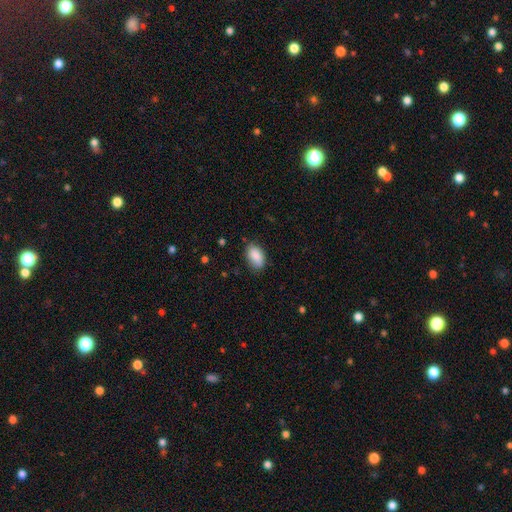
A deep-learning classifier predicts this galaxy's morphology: Smooth or featured?
  - smooth: 87% *
  - star or artifact: 7%
  - featured or disk: 7%
How rounded?
  - in between: 91% *
  - round: 7%
  - cigar-shaped: 2%
Merging?
  - none: 75% *
  - minor disturbance: 20%
  - major disturbance: 4%
  - merger: 1%